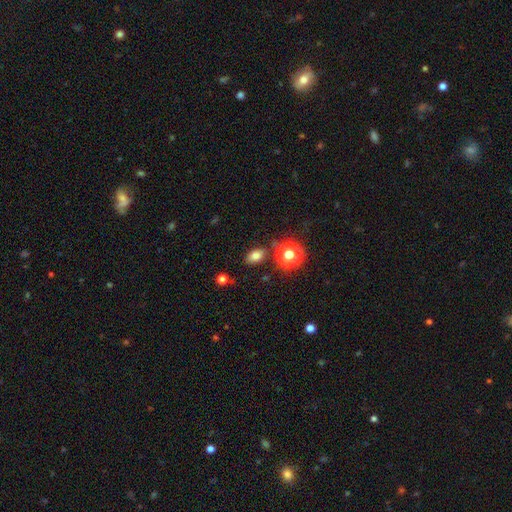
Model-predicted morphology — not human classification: Q: Smooth or featured?
A: smooth (76%); runner-up: star or artifact (16%)
Q: How rounded?
A: in between (79%); runner-up: round (19%)
Q: Merging?
A: none (81%); runner-up: minor disturbance (11%)